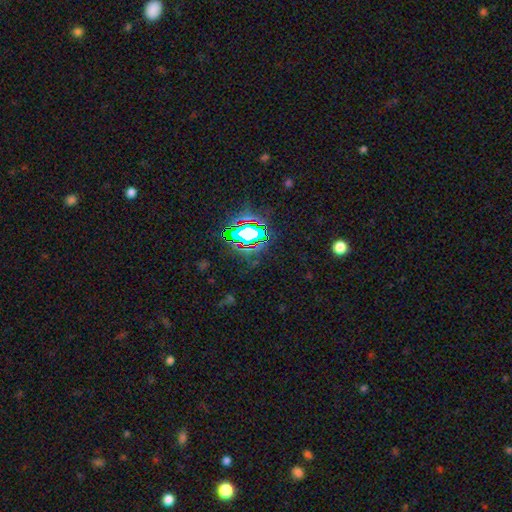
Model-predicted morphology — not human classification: Q: Smooth or featured?
A: star or artifact (81%); runner-up: smooth (11%)